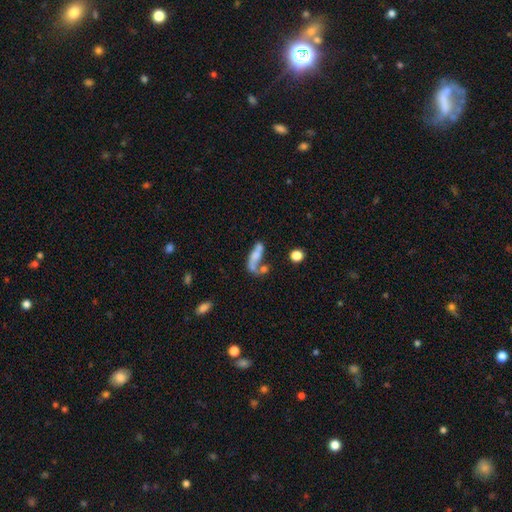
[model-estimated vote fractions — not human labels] Smooth or featured?
  - featured or disk: 45% *
  - smooth: 44%
  - star or artifact: 11%
Merging?
  - merger: 36% *
  - none: 25%
  - major disturbance: 25%
  - minor disturbance: 14%